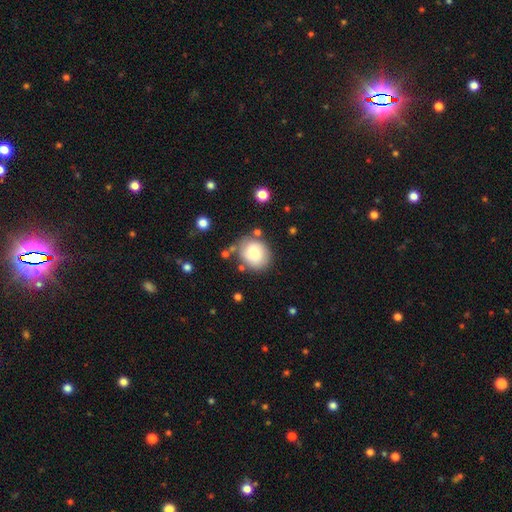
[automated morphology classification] A smooth galaxy with no disk features (77%) that is round (66%). Merging: none (73%).